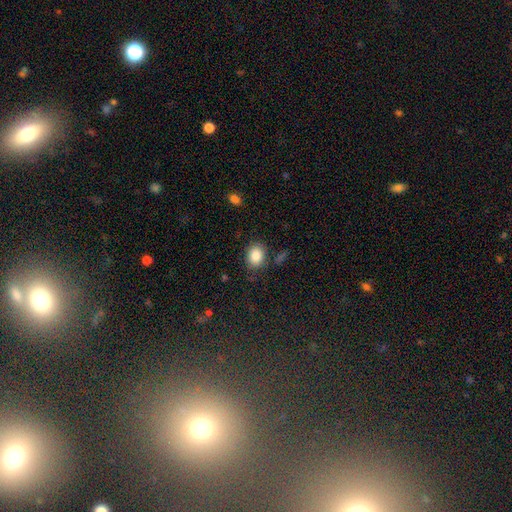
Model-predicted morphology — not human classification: A smooth galaxy with no disk features (86%) that is in between round and cigar-shaped (56%).

Vote fractions:
- Smooth or featured? smooth: 86% / star or artifact: 9% / featured or disk: 6%
- How rounded? in between: 56% / round: 43% / cigar-shaped: 1%
- Merging? none: 82% / minor disturbance: 12% / major disturbance: 4% / merger: 3%